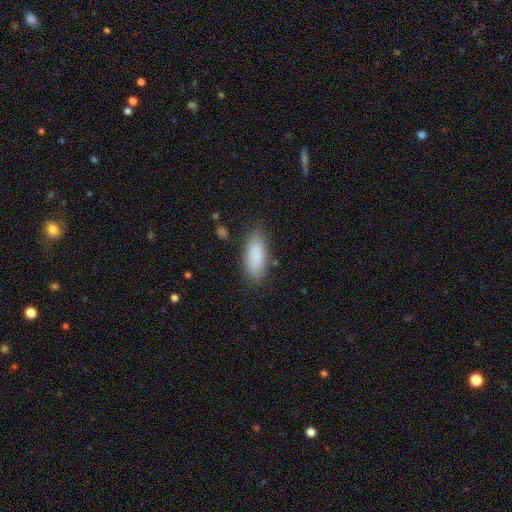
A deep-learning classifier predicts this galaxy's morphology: smooth-or-featured: smooth: 87% | star or artifact: 7% | featured or disk: 6%
  how-rounded: in between: 79% | cigar-shaped: 19% | round: 2%
  merging: none: 83% | minor disturbance: 12% | major disturbance: 3% | merger: 2%